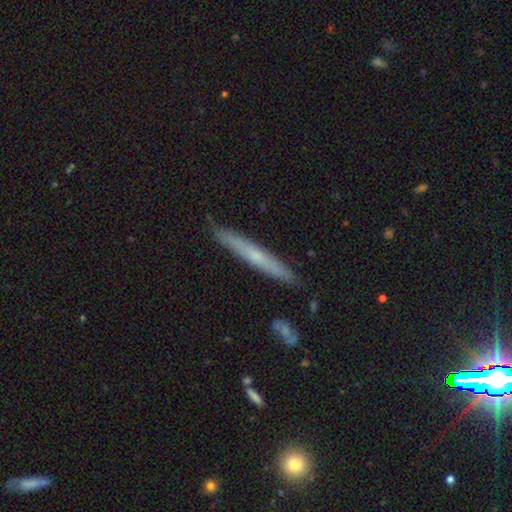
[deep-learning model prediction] smooth-or-featured: featured or disk: 53% | smooth: 41% | star or artifact: 7%
  disk-edge-on: yes: 94% | no: 6%
  merging: none: 88% | minor disturbance: 9% | major disturbance: 1% | merger: 1%